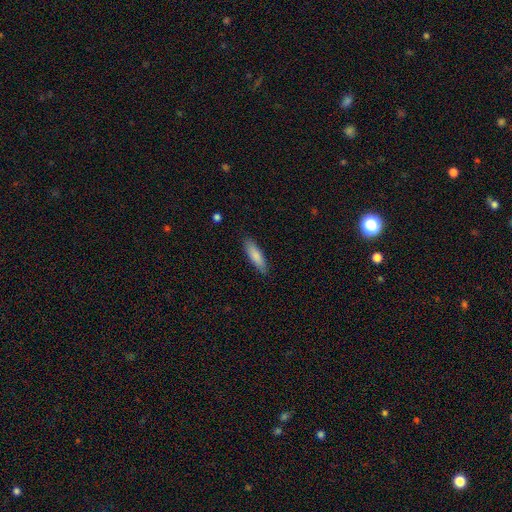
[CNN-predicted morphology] Smooth or featured? Predicted: smooth (p=0.83). How rounded? Predicted: cigar-shaped (p=0.62). Merging? Predicted: none (p=0.87).